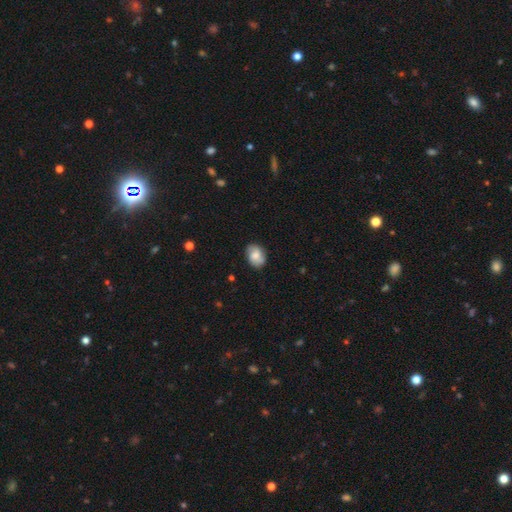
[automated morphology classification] Smooth or featured: smooth — 67% (featured or disk — 25%)
How rounded: in between — 72% (round — 27%)
Merging: none — 79% (minor disturbance — 16%)